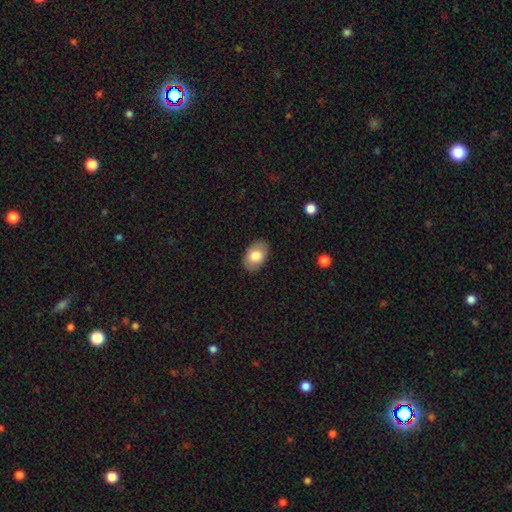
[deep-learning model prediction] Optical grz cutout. It shows a smooth galaxy with no disk features (79%) that is in between round and cigar-shaped (90%). Merging: none (87%).